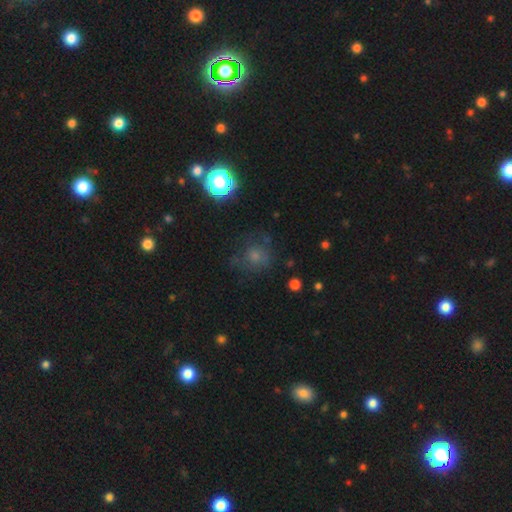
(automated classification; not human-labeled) smooth-or-featured: smooth: 60% | star or artifact: 24% | featured or disk: 16%
  how-rounded: round: 84% | in between: 15% | cigar-shaped: 1%
  merging: none: 65% | minor disturbance: 19% | major disturbance: 13% | merger: 3%